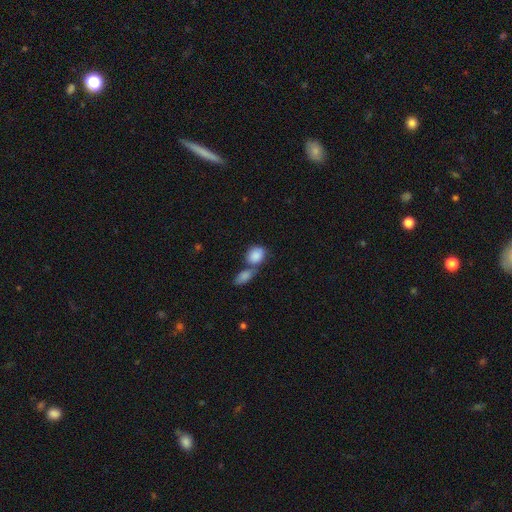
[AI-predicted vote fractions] Morphology: type=smooth (86%); roundness=in between (57%); merging=merger (51%).